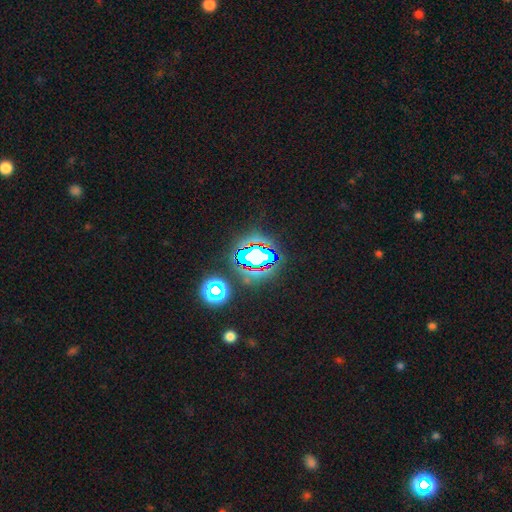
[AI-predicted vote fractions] Smooth or featured? star or artifact (64%)